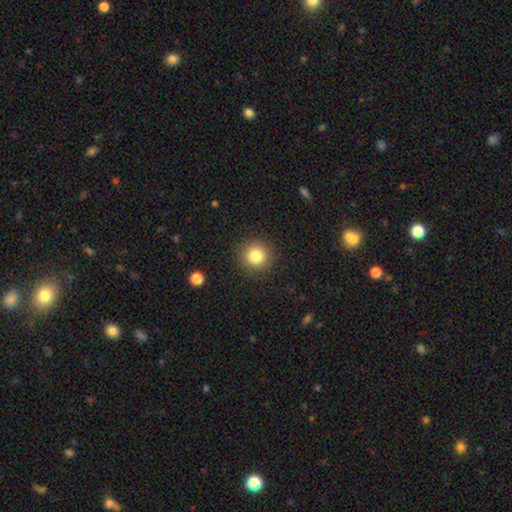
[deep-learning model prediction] Smooth or featured? smooth (82%)
How rounded? round (94%)
Merging? none (90%)